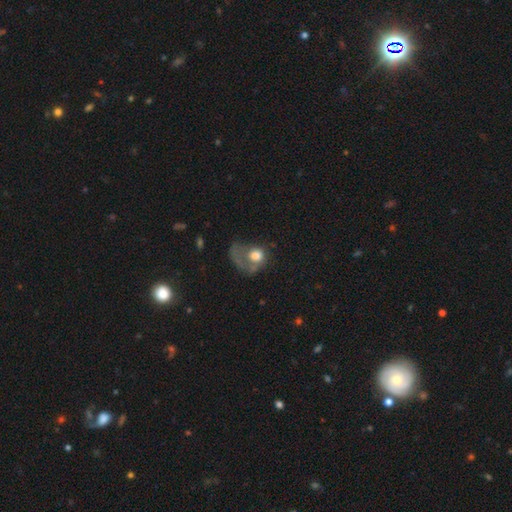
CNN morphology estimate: This appears to be a smooth galaxy with no disk features (56%) that is round (54%). Merging: major disturbance (58%).